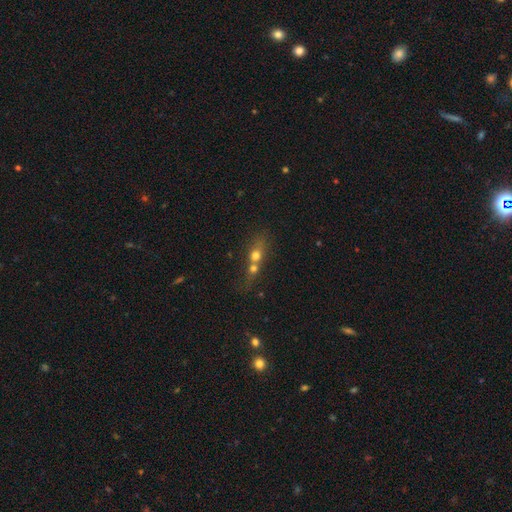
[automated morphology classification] This is likely a smooth galaxy (64%). How rounded: possibly round (53%). Merging: likely merger (65%).